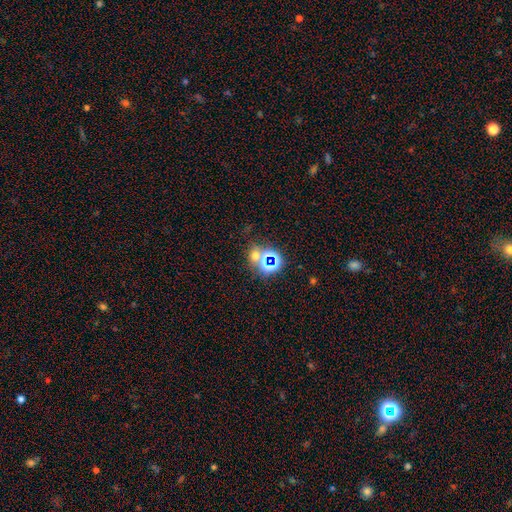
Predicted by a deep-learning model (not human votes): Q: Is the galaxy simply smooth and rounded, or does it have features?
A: star or artifact — 49%.